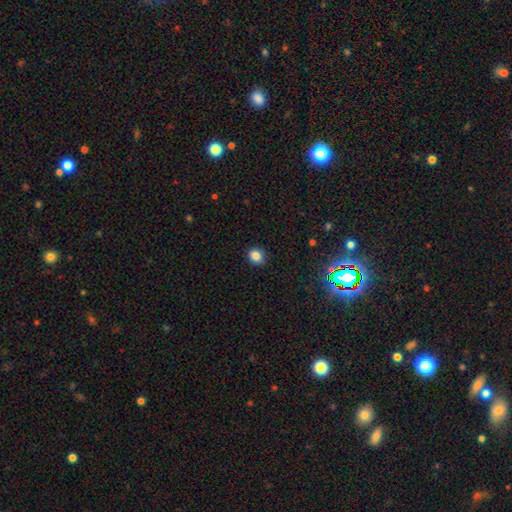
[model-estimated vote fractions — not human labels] Overall: smooth (83%). How rounded: round (77%). Merging: none (89%).